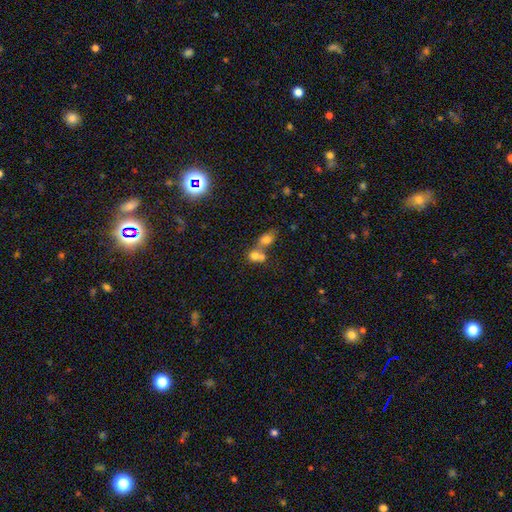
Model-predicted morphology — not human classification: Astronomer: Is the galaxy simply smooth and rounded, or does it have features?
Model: smooth — 72%.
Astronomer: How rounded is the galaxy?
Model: round — 63%.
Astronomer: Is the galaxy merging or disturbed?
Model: merger — 64%.